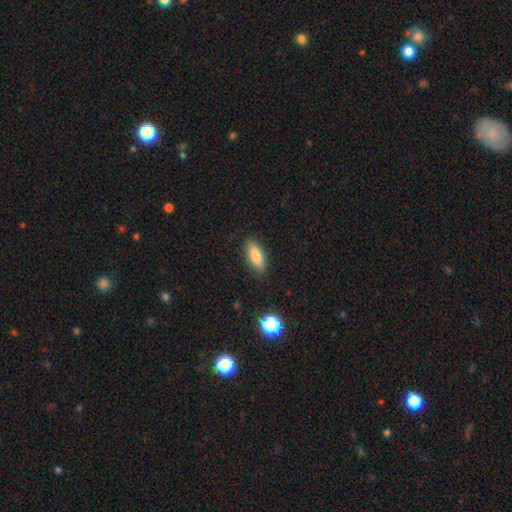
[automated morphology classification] This is clearly a smooth galaxy (84%). How rounded: likely in between (71%). Merging: clearly none (87%).